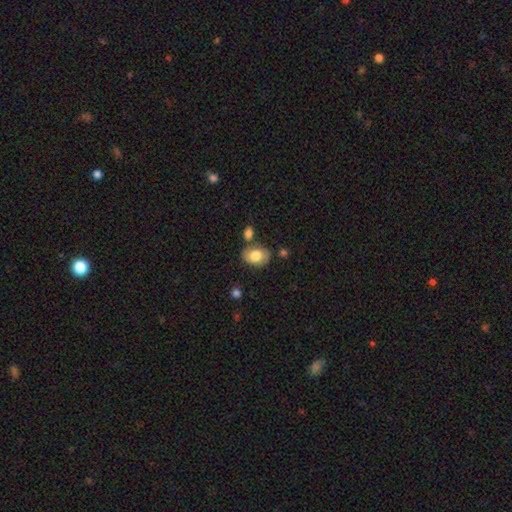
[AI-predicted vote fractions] The model was most divided on "merging": none: 73%, minor disturbance: 15%, merger: 9%, major disturbance: 4%. More confident: how rounded — in between (79%); smooth or featured — smooth (78%).